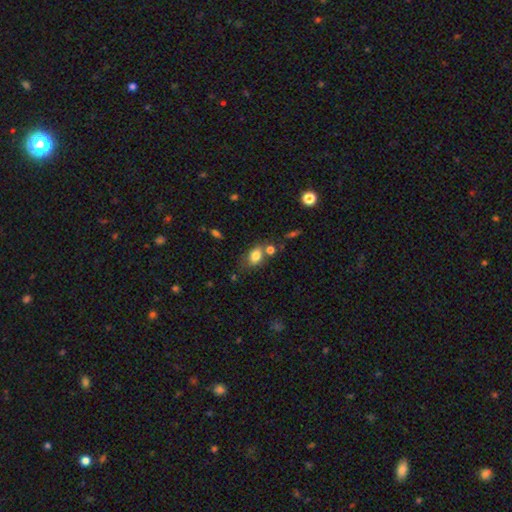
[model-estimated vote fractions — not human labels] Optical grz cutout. It shows a smooth galaxy with no disk features (80%) that is in between round and cigar-shaped (74%). Merging: none (57%).